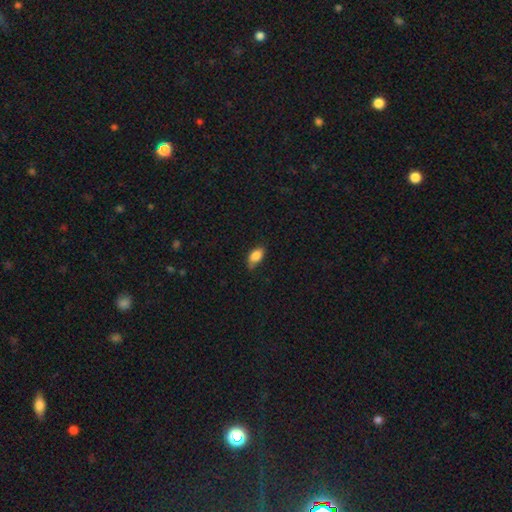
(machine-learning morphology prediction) Smooth or featured? smooth (86%)
How rounded? in between (90%)
Merging? none (69%)